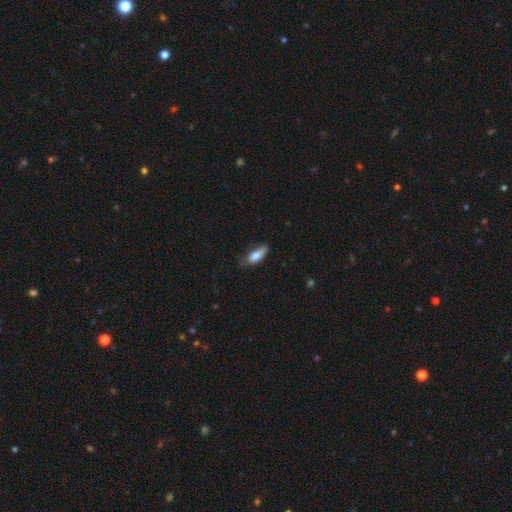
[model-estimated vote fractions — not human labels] A smooth galaxy with no disk features (72%) that is in between round and cigar-shaped (73%).

Vote fractions:
- Smooth or featured? smooth: 72% / featured or disk: 22% / star or artifact: 6%
- How rounded? in between: 73% / cigar-shaped: 25% / round: 3%
- Merging? none: 58% / minor disturbance: 32% / major disturbance: 8% / merger: 2%